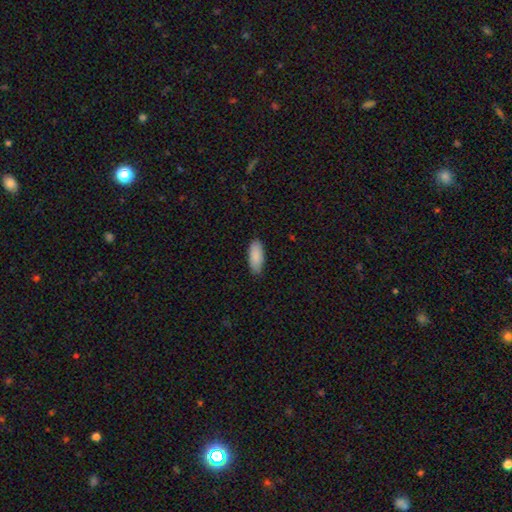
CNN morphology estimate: This appears to be a smooth galaxy with no disk features (90%) that is in between round and cigar-shaped (83%). Merging: none (84%).